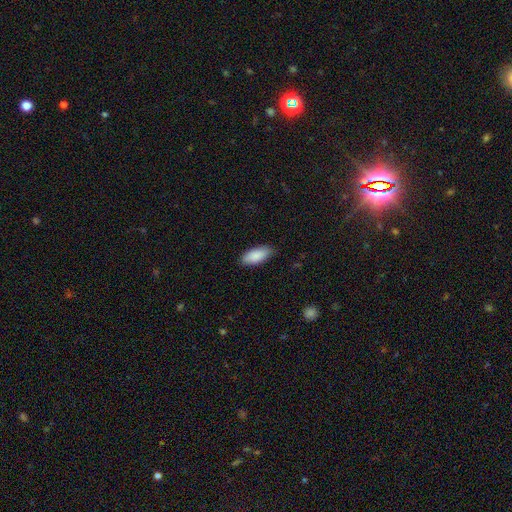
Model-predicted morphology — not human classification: A smooth galaxy with no disk features (89%) that is in between round and cigar-shaped (86%). Merging: none (85%).